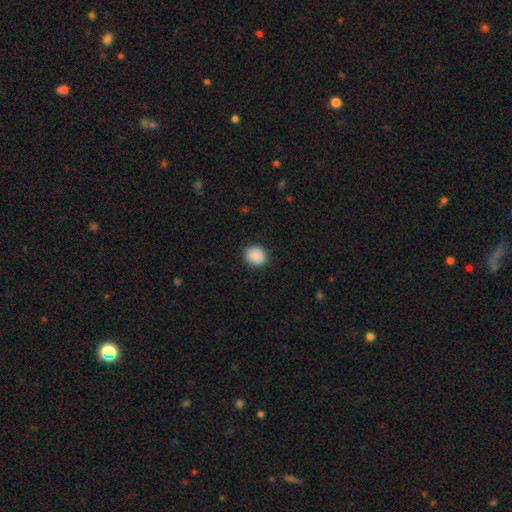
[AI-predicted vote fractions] Smooth or featured: smooth — 90% (star or artifact — 8%)
How rounded: round — 71% (in between — 29%)
Merging: none — 90% (minor disturbance — 7%)